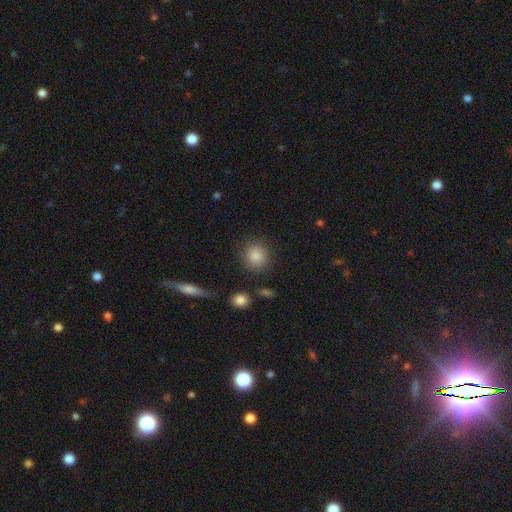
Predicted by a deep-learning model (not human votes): Smooth or featured: smooth — 84% (star or artifact — 10%)
How rounded: round — 86% (in between — 12%)
Merging: none — 87% (minor disturbance — 7%)